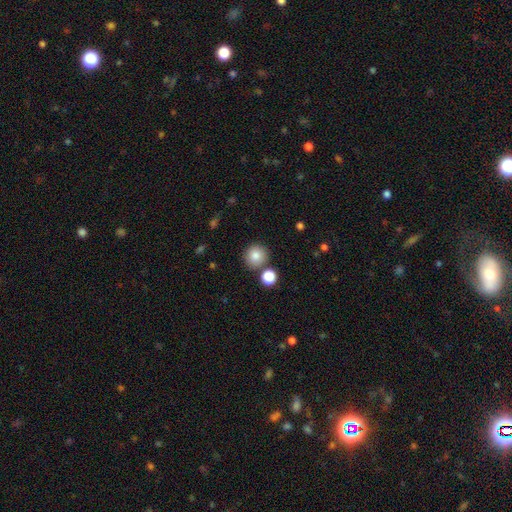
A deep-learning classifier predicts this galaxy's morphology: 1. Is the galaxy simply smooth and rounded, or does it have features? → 83% smooth, 10% star or artifact, 6% featured or disk.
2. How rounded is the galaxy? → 92% round, 7% in between, 1% cigar-shaped.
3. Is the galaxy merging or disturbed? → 81% none, 9% merger, 8% minor disturbance, 2% major disturbance.